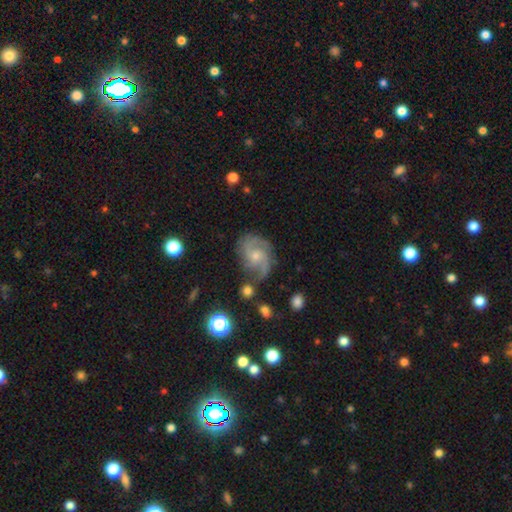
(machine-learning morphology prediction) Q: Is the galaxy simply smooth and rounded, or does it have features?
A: featured or disk — 83%.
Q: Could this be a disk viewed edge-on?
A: no — 98%.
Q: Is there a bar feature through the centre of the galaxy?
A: no — 64%.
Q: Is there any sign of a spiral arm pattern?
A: yes — 96%.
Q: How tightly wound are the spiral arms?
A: medium — 51%.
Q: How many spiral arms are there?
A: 2 — 51%.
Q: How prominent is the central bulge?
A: small — 58%.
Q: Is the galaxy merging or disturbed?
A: none — 68%.